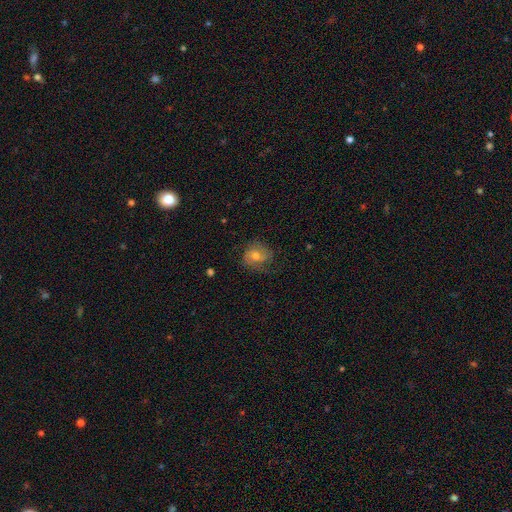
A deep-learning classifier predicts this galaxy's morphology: Smooth or featured? featured or disk (52%)
Edge-on disk? no (96%)
Bar? no (65%)
Spiral arms? yes (83%)
Bulge size? moderate (64%)
Merging? none (64%)